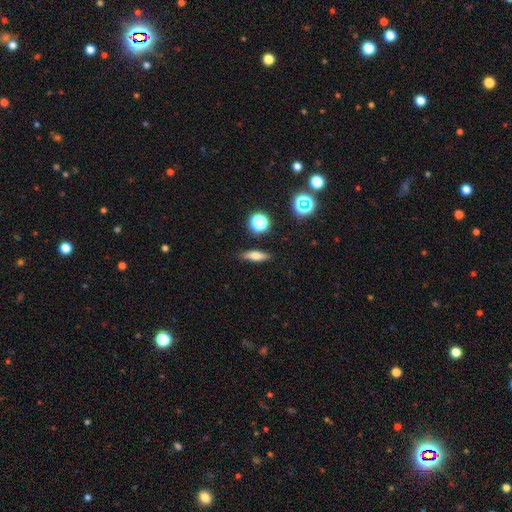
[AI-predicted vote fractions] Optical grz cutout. It shows a smooth galaxy with no disk features (66%) that is cigar-shaped (56%). Merging: none (86%).